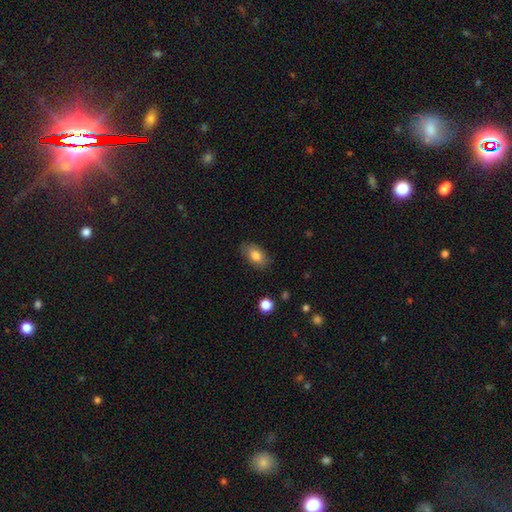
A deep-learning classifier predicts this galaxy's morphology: Smooth or featured? smooth (81%)
How rounded? in between (90%)
Merging? none (81%)